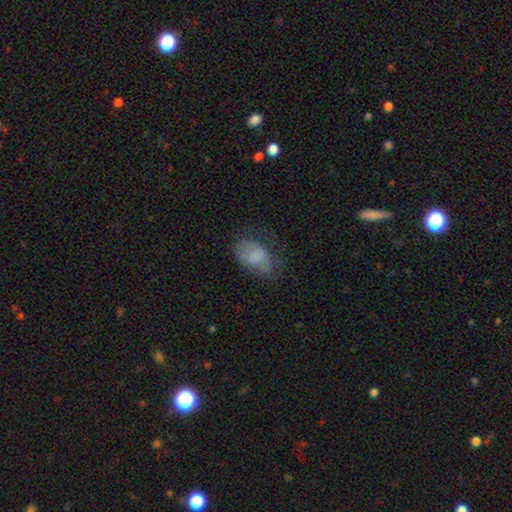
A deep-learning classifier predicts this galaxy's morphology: Overall: smooth (76%). How rounded: in between (89%). Merging: none (51%; minor disturbance 29%).